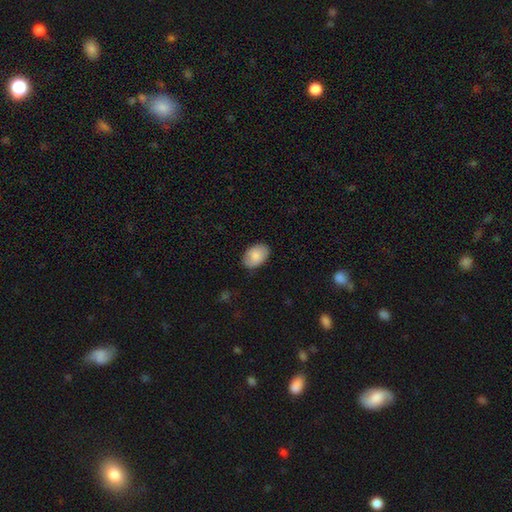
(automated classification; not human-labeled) The model was most divided on "merging": none: 83%, minor disturbance: 14%, major disturbance: 2%, merger: 1%. More confident: how rounded — in between (88%); smooth or featured — smooth (83%).